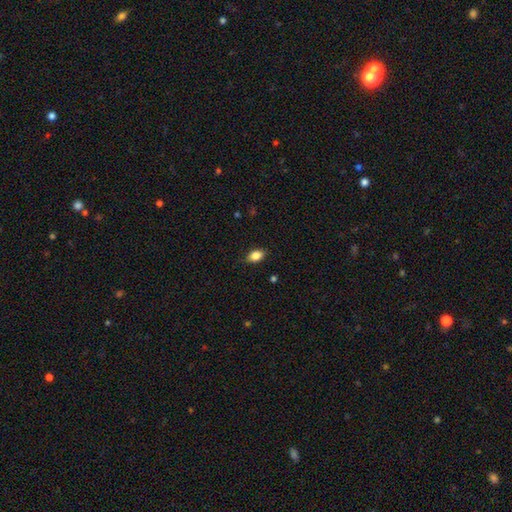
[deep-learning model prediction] This is clearly a smooth galaxy (85%). How rounded: clearly in between (83%). Merging: clearly none (84%).